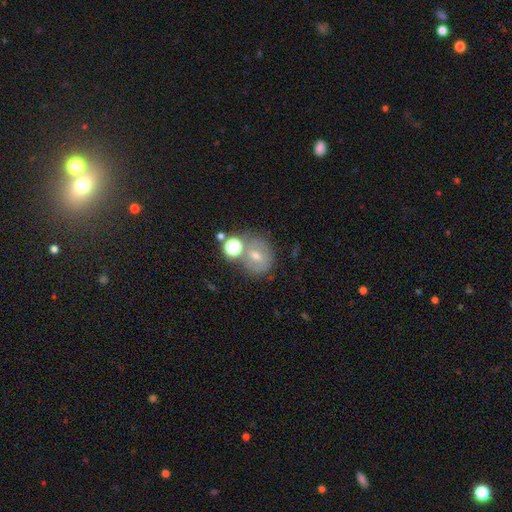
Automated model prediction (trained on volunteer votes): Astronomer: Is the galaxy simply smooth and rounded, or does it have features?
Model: smooth — 54% (runner-up: featured or disk, 29%).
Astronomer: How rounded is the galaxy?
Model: round — 72%.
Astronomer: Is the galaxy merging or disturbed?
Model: none — 55%.